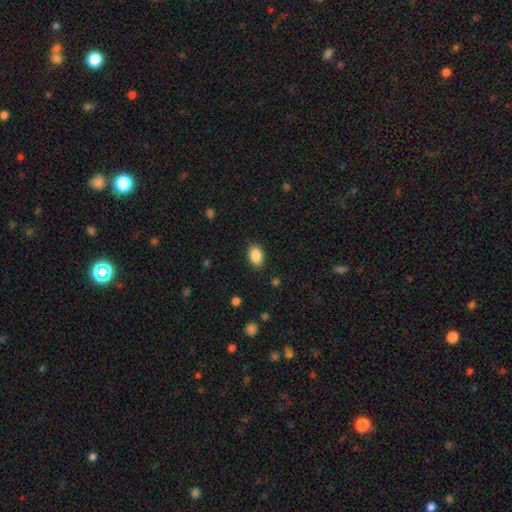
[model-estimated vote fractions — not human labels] This is clearly a smooth galaxy (88%). How rounded: clearly in between (83%). Merging: clearly none (86%).